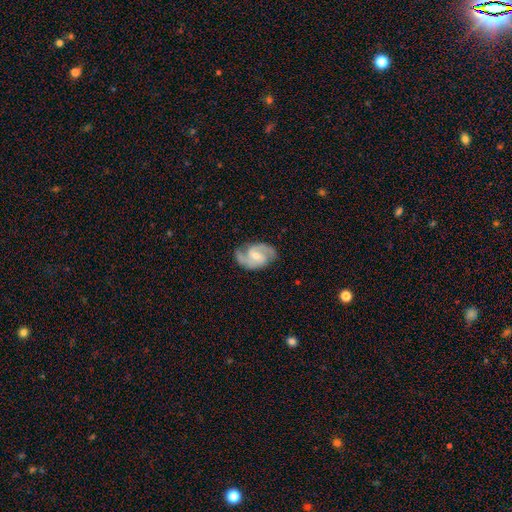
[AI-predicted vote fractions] This is clearly a featured or disk galaxy (87%). It is clearly not viewed edge-on (97%). Bar: possibly weak (47%). Spiral arm pattern: clearly yes (97%). Spiral arm count: clearly 2 (88%). Spiral winding: possibly medium (57%). Central bulge: possibly small (50%). Merging: likely none (75%).